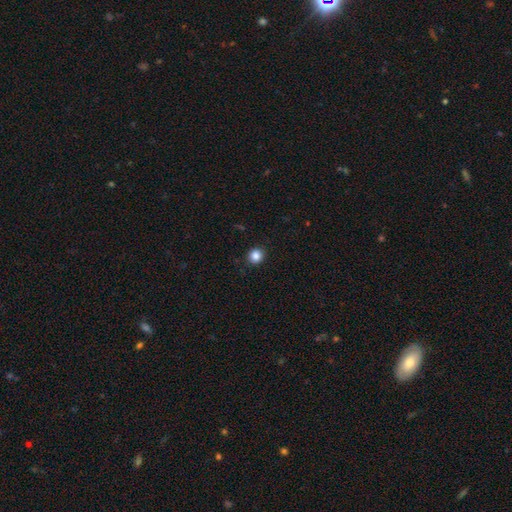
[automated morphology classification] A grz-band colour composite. It shows a smooth galaxy with no disk features (86%) that is round (86%). Merging: none (90%).